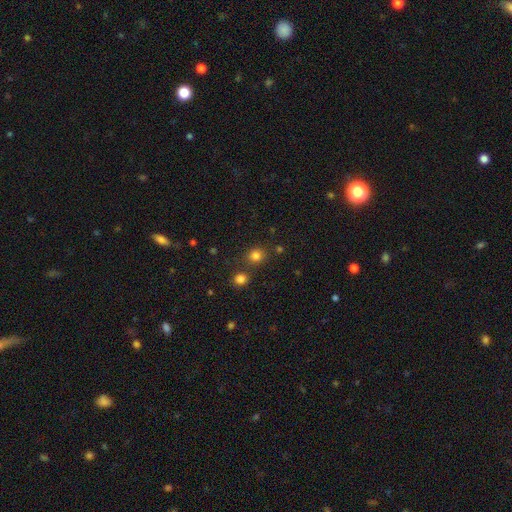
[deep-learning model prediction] This appears to be a smooth galaxy with no disk features (80%) that is round (86%). Merging: none (76%).